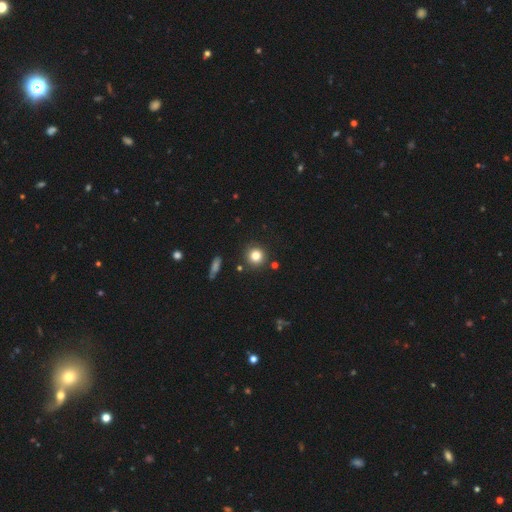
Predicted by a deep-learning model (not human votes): A smooth galaxy with no disk features (81%) that is round (92%).

Vote fractions:
- Smooth or featured? smooth: 81% / star or artifact: 12% / featured or disk: 6%
- How rounded? round: 92% / in between: 7% / cigar-shaped: 1%
- Merging? none: 87% / minor disturbance: 7% / merger: 3% / major disturbance: 2%